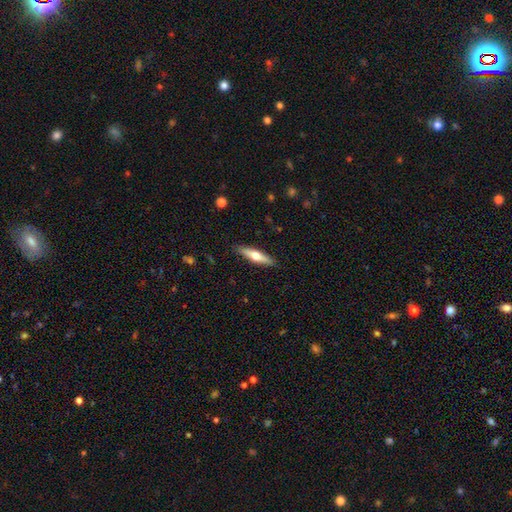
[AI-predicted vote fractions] Q: Smooth or featured?
A: smooth (52%); runner-up: featured or disk (43%)
Q: How rounded?
A: cigar-shaped (77%); runner-up: in between (21%)
Q: Merging?
A: none (89%); runner-up: minor disturbance (8%)